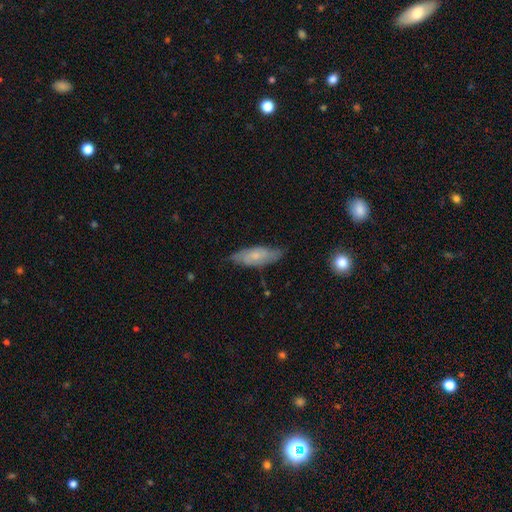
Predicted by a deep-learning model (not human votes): smooth 47% (tied), featured or disk 47% (tied), star or artifact 6%. Down the decision tree: merging — none (70%).